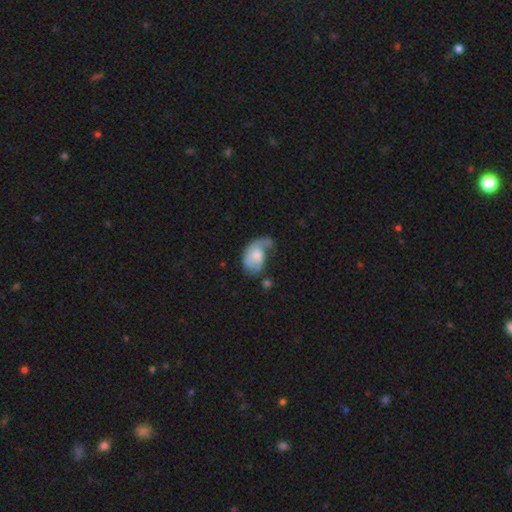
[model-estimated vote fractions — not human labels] Overall: featured or disk (48%; smooth 45%). Merging: major disturbance (43%; minor disturbance 26%).